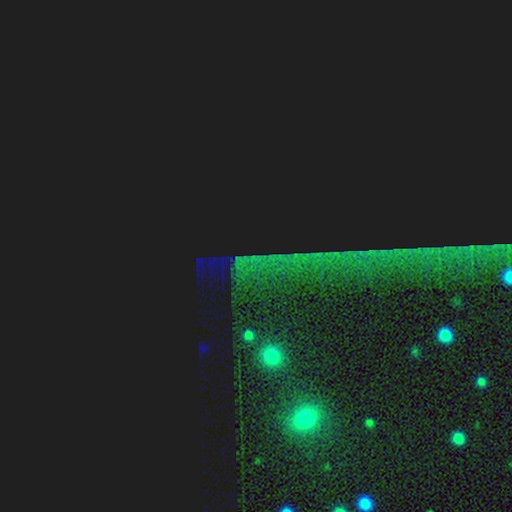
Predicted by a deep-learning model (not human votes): smooth-or-featured: star or artifact: 84% | featured or disk: 8% | smooth: 8%